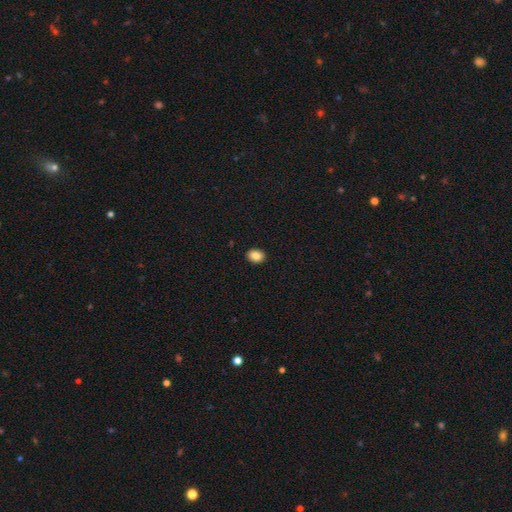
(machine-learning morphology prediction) A smooth galaxy with no disk features (86%) that is in between round and cigar-shaped (65%).

Vote fractions:
- Smooth or featured? smooth: 86% / star or artifact: 9% / featured or disk: 5%
- How rounded? in between: 65% / round: 34% / cigar-shaped: 1%
- Merging? none: 90% / minor disturbance: 7% / major disturbance: 2% / merger: 1%